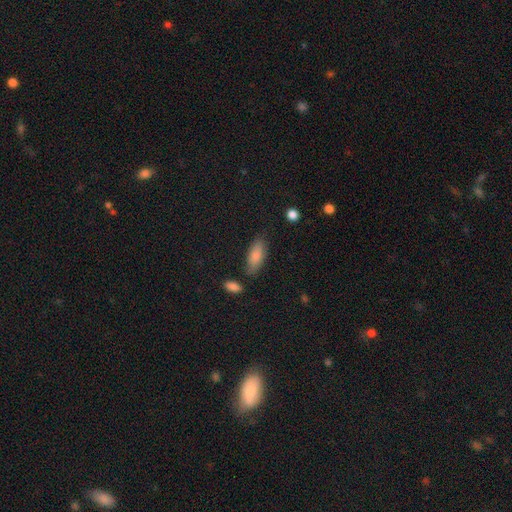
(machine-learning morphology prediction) This appears to be a smooth galaxy with no disk features (85%) that is in between round and cigar-shaped (78%). Merging: none (73%).